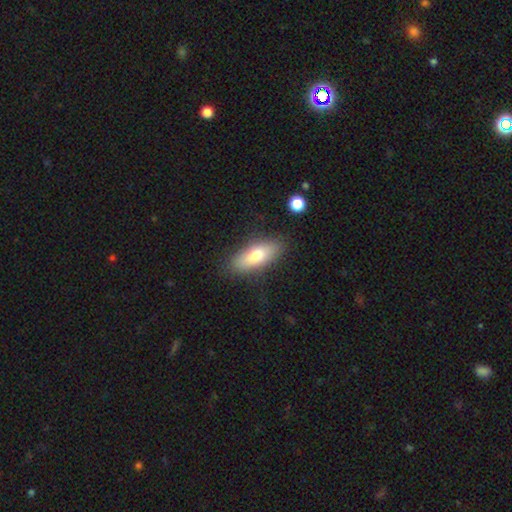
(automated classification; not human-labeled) Overall: smooth (75%). How rounded: in between (69%). Merging: none (83%).